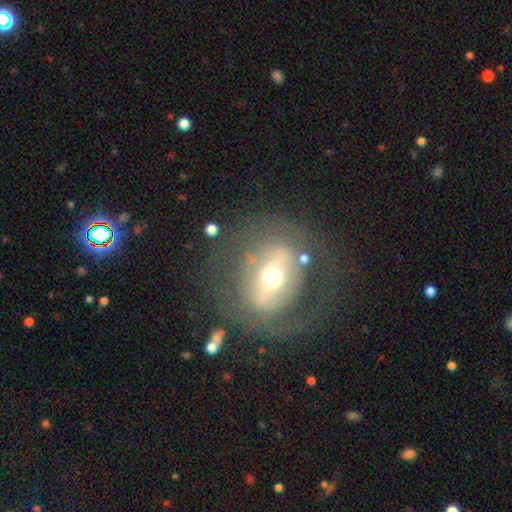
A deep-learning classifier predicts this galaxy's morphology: Overall: featured or disk (67%). Edge-on disk: no (91%). Bar: strong (42%; weak 30%). Spiral arms: no (54%; yes 46%). Bulge size: moderate (59%; small 29%). Merging: none (65%).